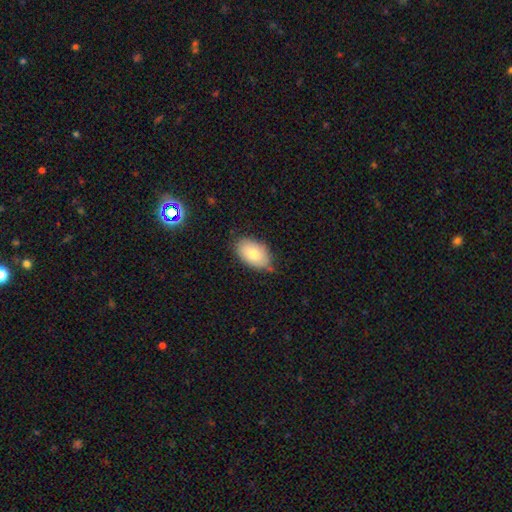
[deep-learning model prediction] A smooth galaxy with no disk features (79%) that is in between round and cigar-shaped (93%). Merging: none (74%).